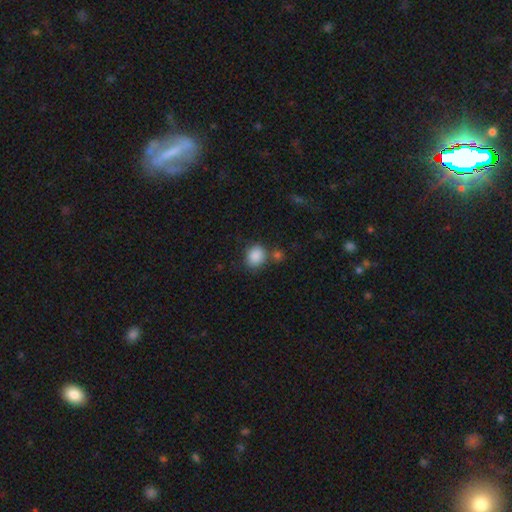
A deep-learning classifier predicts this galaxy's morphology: Overall: smooth (87%). How rounded: round (71%). Merging: none (67%).